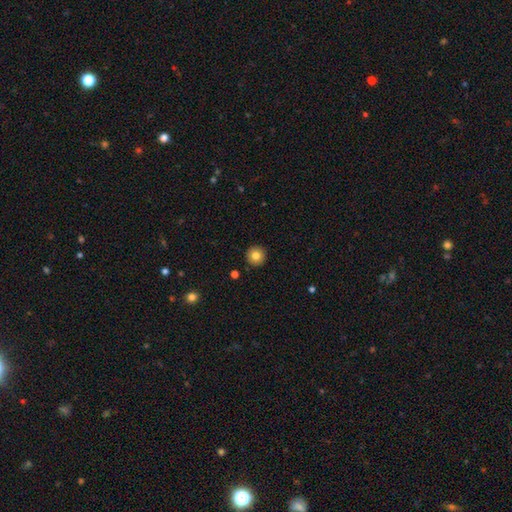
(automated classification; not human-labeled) Smooth or featured? Predicted: smooth (p=0.81). How rounded? Predicted: round (p=0.96). Merging? Predicted: none (p=0.92).